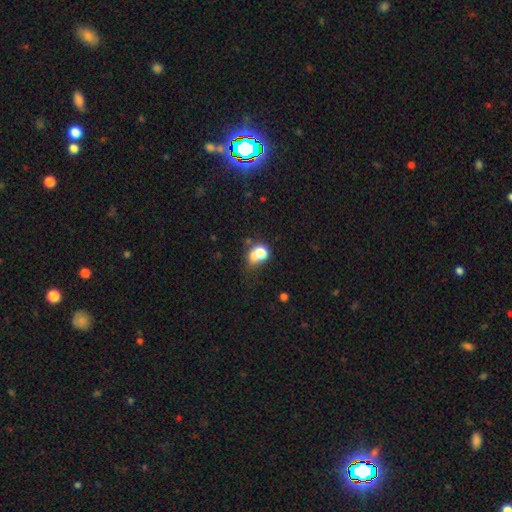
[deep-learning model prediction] Q: Smooth or featured?
A: smooth (69%); runner-up: featured or disk (18%)
Q: How rounded?
A: round (60%); runner-up: in between (38%)
Q: Merging?
A: merger (44%); runner-up: none (30%)